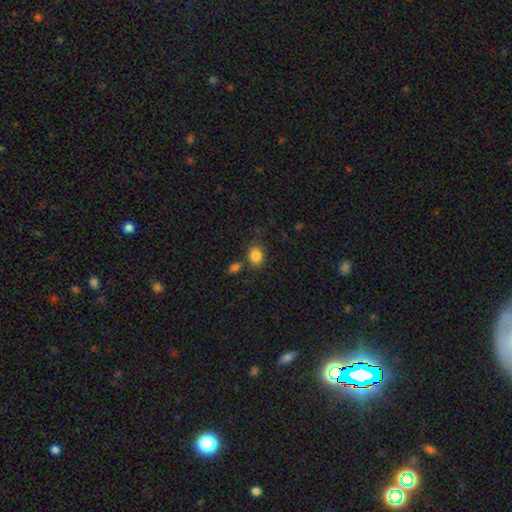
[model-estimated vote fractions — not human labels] smooth-or-featured: smooth: 85% | star or artifact: 10% | featured or disk: 5%
  how-rounded: round: 59% | in between: 40% | cigar-shaped: 1%
  merging: none: 73% | minor disturbance: 13% | merger: 10% | major disturbance: 4%